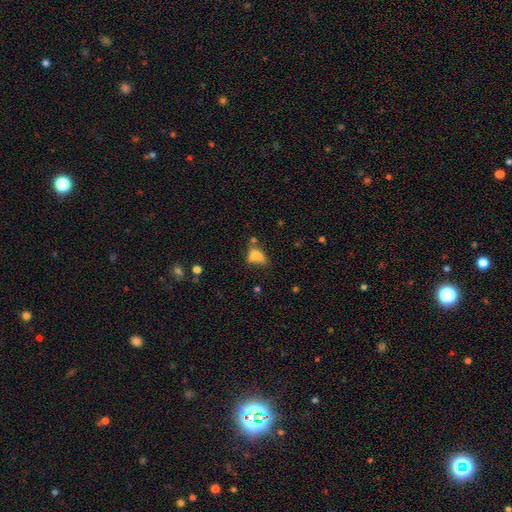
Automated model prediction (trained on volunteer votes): Smooth or featured: smooth — 72% (featured or disk — 15%)
How rounded: in between — 81% (round — 15%)
Merging: none — 31% (tied with minor disturbance — 31%)